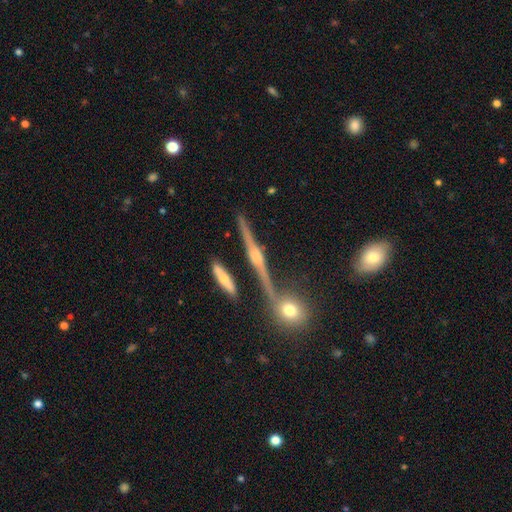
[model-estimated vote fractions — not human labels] Smooth or featured? featured or disk (81%)
Edge-on disk? yes (96%)
Edge-on bulge? rounded (75%)
Merging? none (76%)